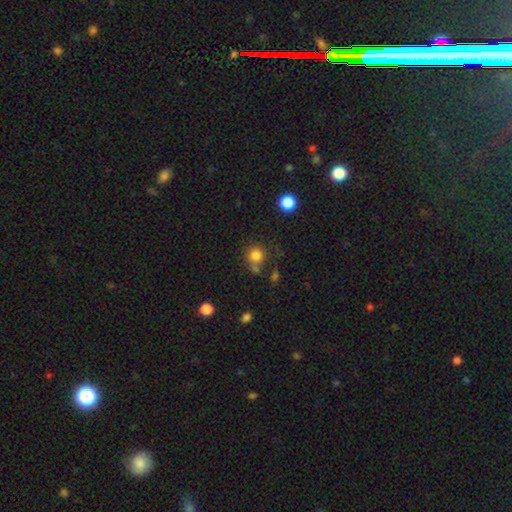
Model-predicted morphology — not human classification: smooth-or-featured: smooth: 81% | star or artifact: 13% | featured or disk: 6%
  how-rounded: round: 91% | in between: 8% | cigar-shaped: 1%
  merging: none: 66% | merger: 17% | minor disturbance: 12% | major disturbance: 5%